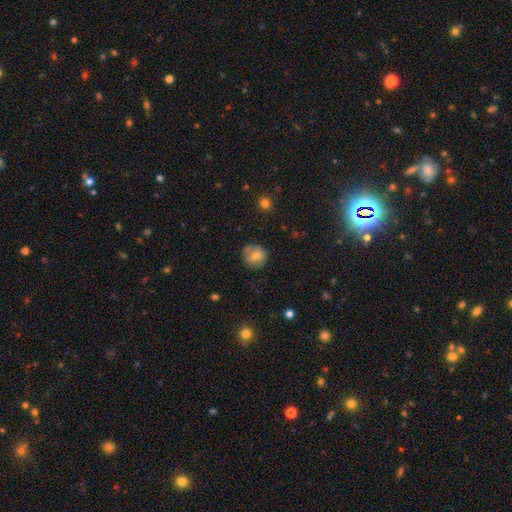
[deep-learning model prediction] Smooth or featured: smooth — 68% (featured or disk — 22%)
How rounded: round — 82% (in between — 17%)
Merging: none — 66% (minor disturbance — 21%)